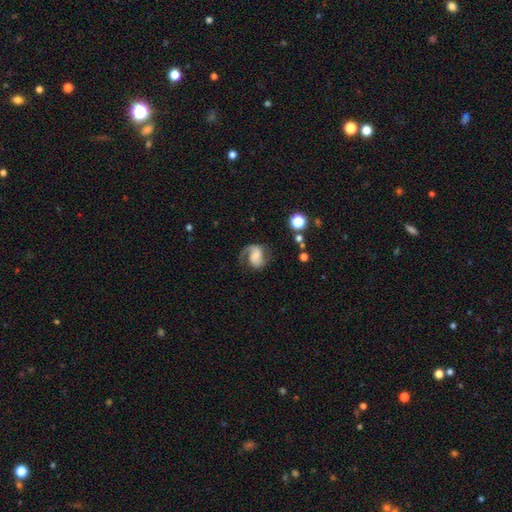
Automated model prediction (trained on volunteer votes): Morphology: type=featured or disk (76%); edge-on=no (98%); bar=no (47%); spiral arms=yes (95%); winding=medium (46%); arm count=2 (59%); bulge=small (40%); merging=none (57%).